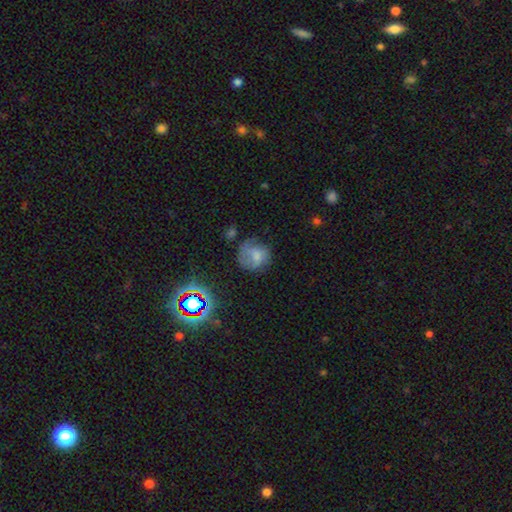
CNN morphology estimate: Smooth or featured? Predicted: smooth (p=0.62). How rounded? Predicted: round (p=0.79). Merging? Predicted: none (p=0.50).